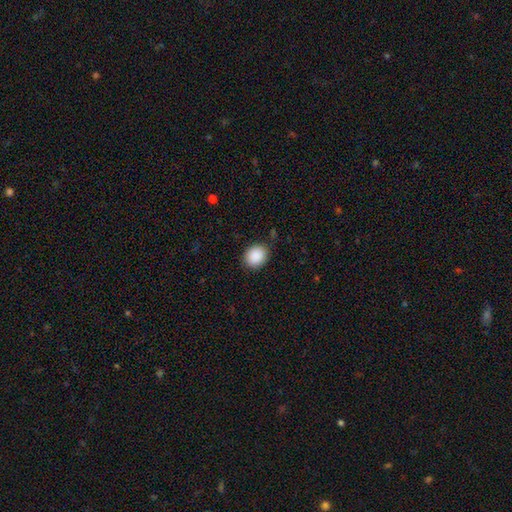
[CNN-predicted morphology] A smooth galaxy with no disk features (90%) that is round (59%). Merging: none (86%).